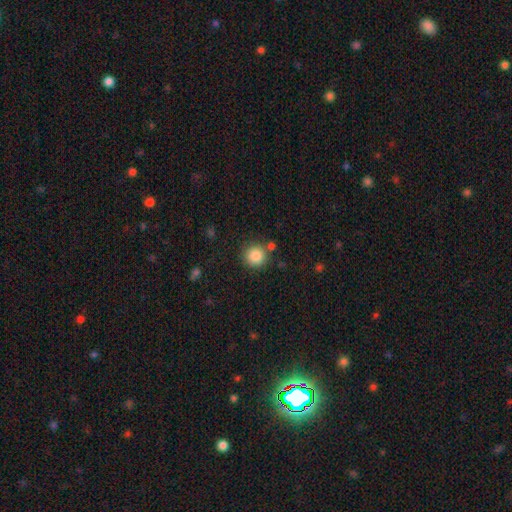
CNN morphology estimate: Smooth or featured: smooth — 86% (star or artifact — 10%)
How rounded: round — 92% (in between — 7%)
Merging: none — 82% (minor disturbance — 9%)